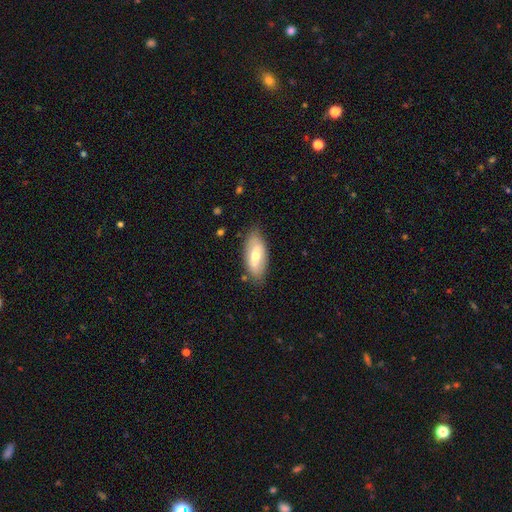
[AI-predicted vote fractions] This is possibly a smooth galaxy (54%). How rounded: clearly in between (88%). Merging: likely none (80%).